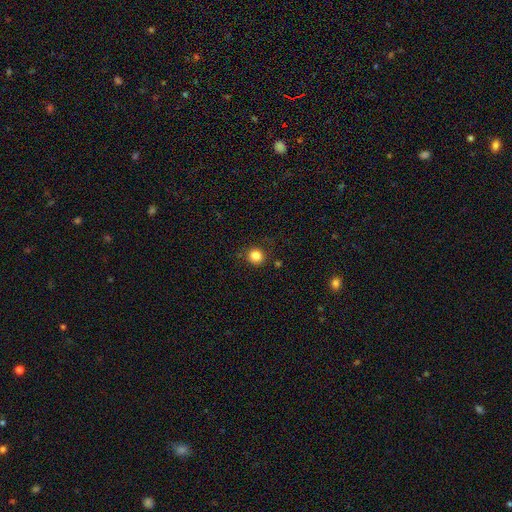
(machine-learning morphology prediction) Smooth or featured? Predicted: smooth (p=0.84). How rounded? Predicted: round (p=0.91). Merging? Predicted: none (p=0.87).